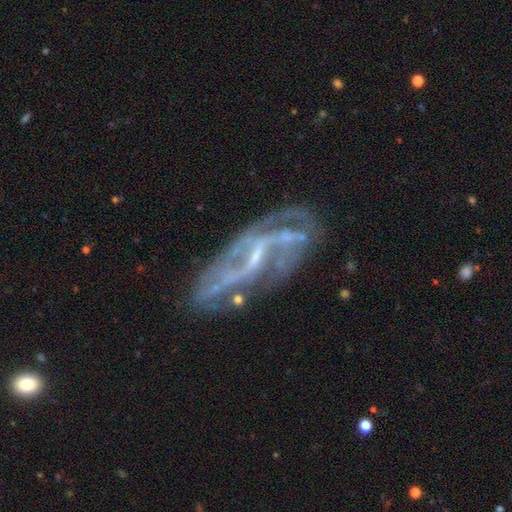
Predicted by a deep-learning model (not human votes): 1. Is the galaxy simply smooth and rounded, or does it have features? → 82% featured or disk, 10% star or artifact, 9% smooth.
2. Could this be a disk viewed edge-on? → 86% no, 14% yes.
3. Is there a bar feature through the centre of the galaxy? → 40% weak, 34% strong, 26% no.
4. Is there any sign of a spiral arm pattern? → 85% yes, 15% no.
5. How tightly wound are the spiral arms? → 38% medium, 36% loose, 26% tight.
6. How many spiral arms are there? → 41% 2, 29% can't tell, 12% 3, 6% 4, 6% 1, 5% more than 4.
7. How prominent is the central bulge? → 63% small, 19% none, 15% moderate, 1% large, 1% dominant.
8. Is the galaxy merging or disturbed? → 64% none, 18% minor disturbance, 13% major disturbance, 4% merger.